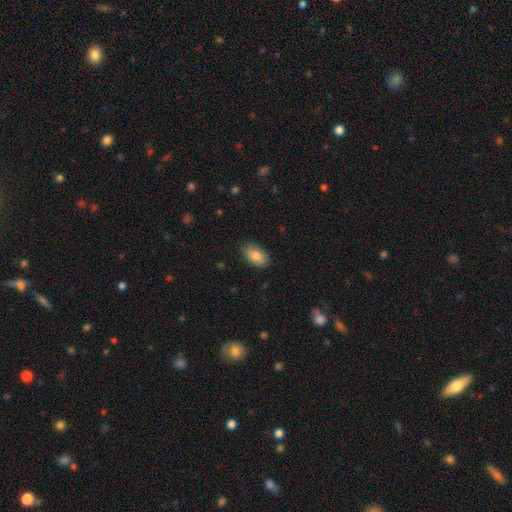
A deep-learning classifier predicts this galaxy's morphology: Smooth or featured? smooth (85%)
How rounded? in between (93%)
Merging? none (86%)